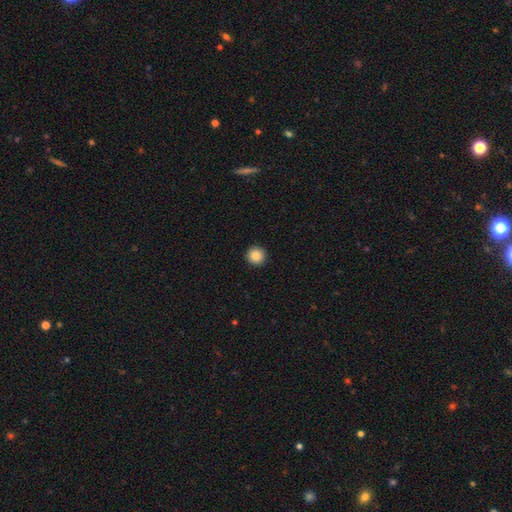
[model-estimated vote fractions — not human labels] A smooth galaxy with no disk features (87%) that is round (96%). Merging: none (94%).